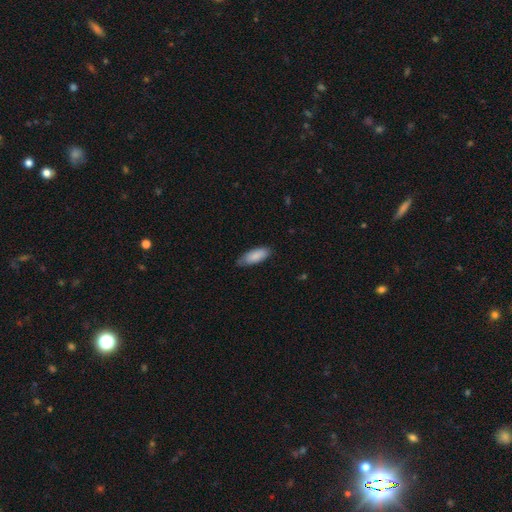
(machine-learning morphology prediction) Smooth or featured?
  - smooth: 86% *
  - featured or disk: 8%
  - star or artifact: 5%
How rounded?
  - in between: 77% *
  - cigar-shaped: 21%
  - round: 1%
Merging?
  - none: 72% *
  - minor disturbance: 24%
  - major disturbance: 3%
  - merger: 1%